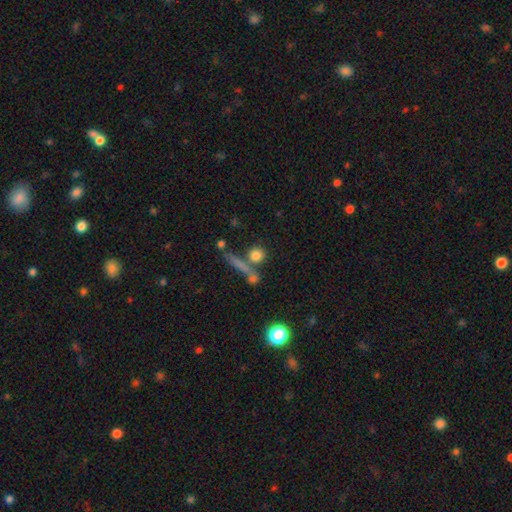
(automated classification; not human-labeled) Overall: smooth (77%). How rounded: round (81%). Merging: none (65%).